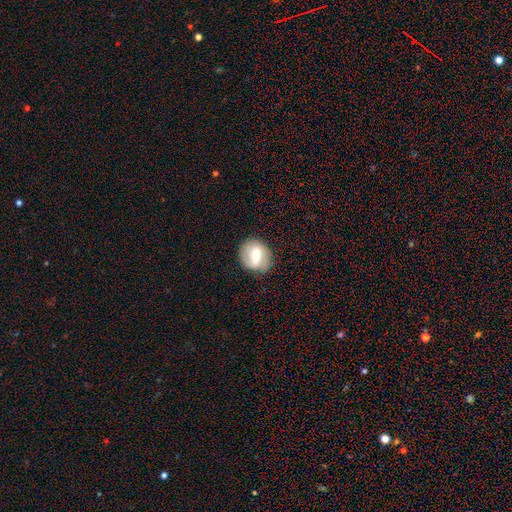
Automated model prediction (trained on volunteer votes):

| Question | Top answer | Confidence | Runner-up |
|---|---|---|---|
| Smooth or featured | featured or disk | 50% | smooth (43%) |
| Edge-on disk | no | 95% | yes (5%) |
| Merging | none | 81% | minor disturbance (14%) |